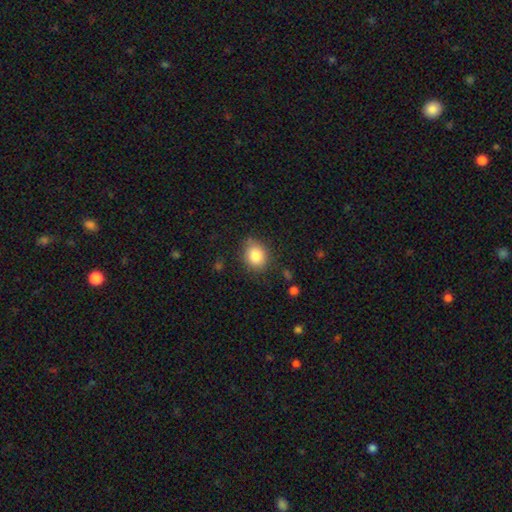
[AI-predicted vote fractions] Smooth or featured?
  - smooth: 83% *
  - star or artifact: 9%
  - featured or disk: 8%
How rounded?
  - round: 56% *
  - in between: 43%
  - cigar-shaped: 1%
Merging?
  - none: 78% *
  - minor disturbance: 17%
  - major disturbance: 4%
  - merger: 2%